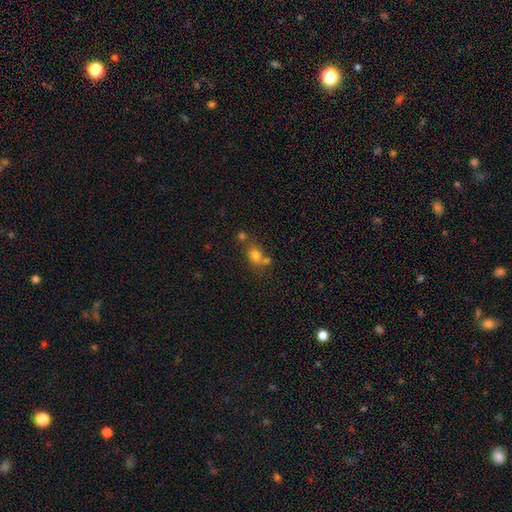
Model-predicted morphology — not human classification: A smooth galaxy with no disk features (75%) that is round (55%).

Vote fractions:
- Smooth or featured? smooth: 75% / star or artifact: 14% / featured or disk: 11%
- How rounded? round: 55% / in between: 44% / cigar-shaped: 2%
- Merging? none: 49% / merger: 32% / minor disturbance: 13% / major disturbance: 6%